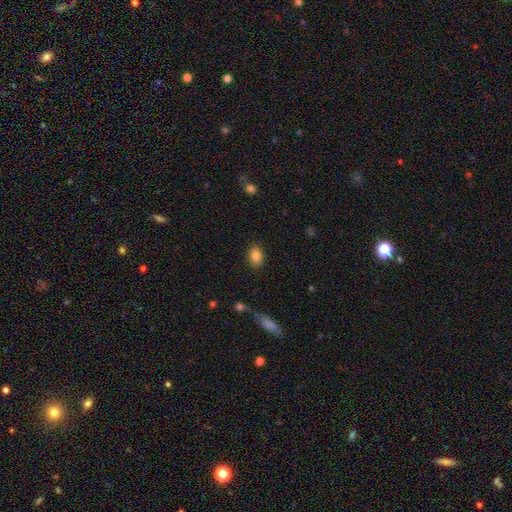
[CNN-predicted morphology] This is clearly a smooth galaxy (84%). How rounded: clearly in between (82%). Merging: clearly none (86%).